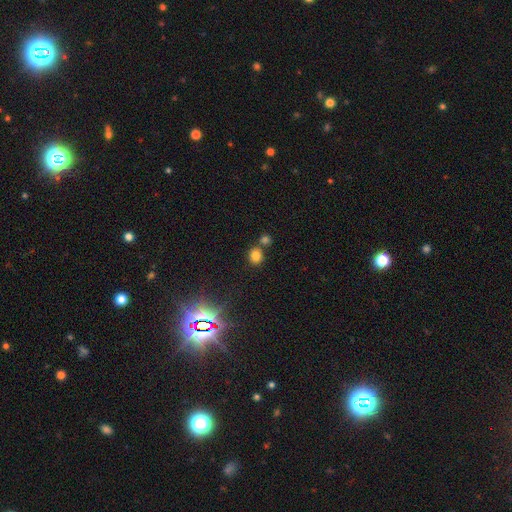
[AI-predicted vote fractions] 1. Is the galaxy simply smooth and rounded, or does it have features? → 78% smooth, 16% star or artifact, 6% featured or disk.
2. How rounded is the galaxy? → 77% round, 22% in between, 1% cigar-shaped.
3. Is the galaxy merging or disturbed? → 66% none, 23% merger, 9% minor disturbance, 3% major disturbance.